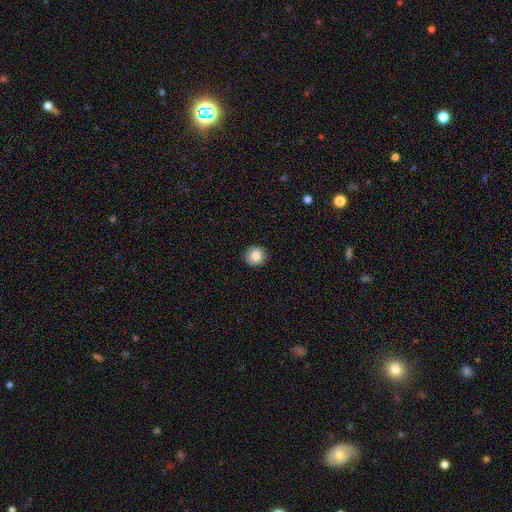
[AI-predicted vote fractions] A smooth galaxy with no disk features (84%) that is round (88%). Merging: none (89%).